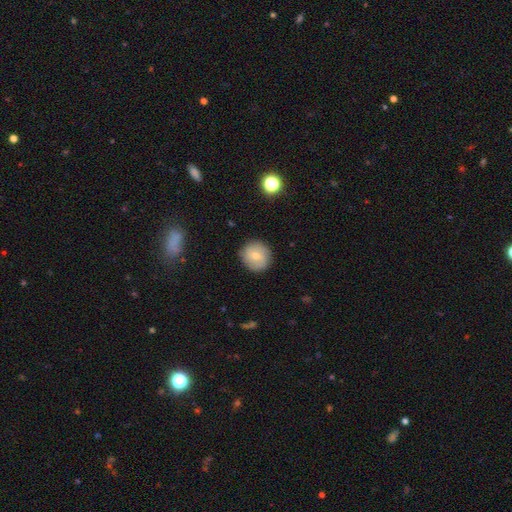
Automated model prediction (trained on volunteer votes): Smooth or featured: smooth — 69% (featured or disk — 22%)
How rounded: round — 92% (in between — 7%)
Merging: none — 88% (minor disturbance — 9%)